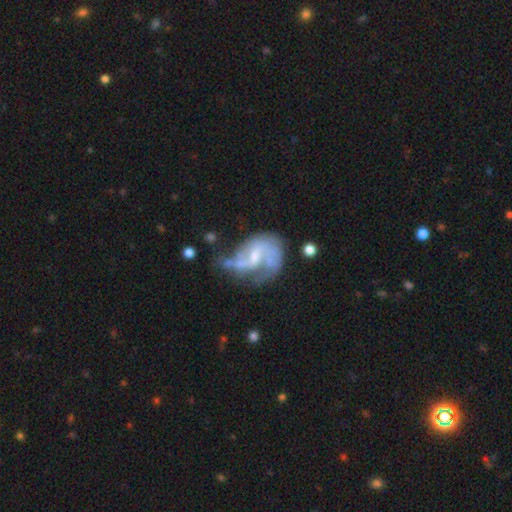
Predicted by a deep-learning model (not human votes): A featured or disk galaxy (76%) with a weak bar (49%), 2 (61%) loose (45%) spiral arms (80%) and a small central bulge (48%). Merging: none (33%).